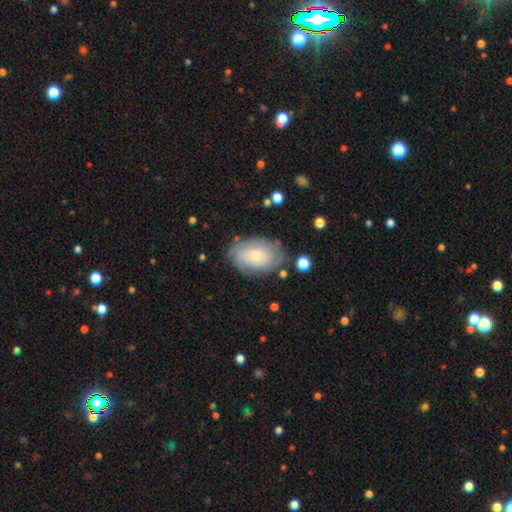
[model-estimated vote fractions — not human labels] Smooth or featured? Predicted: featured or disk (p=0.58). Edge-on disk? Predicted: no (p=0.95). Bar? Predicted: no (p=0.78). Spiral arms? Predicted: yes (p=0.83). Bulge size? Predicted: small (p=0.55). Merging? Predicted: none (p=0.73).